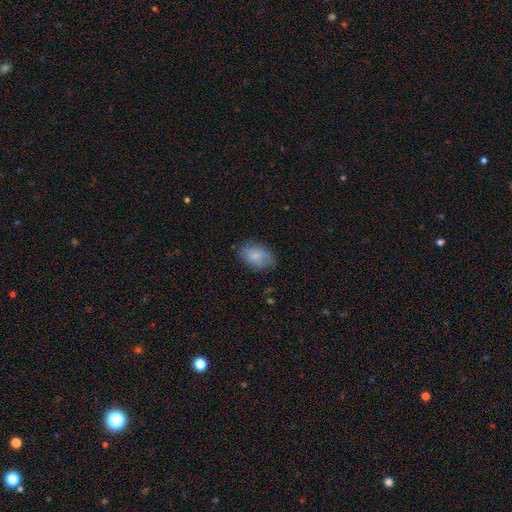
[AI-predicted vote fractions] Q: Smooth or featured?
A: smooth (74%); runner-up: featured or disk (18%)
Q: How rounded?
A: in between (83%); runner-up: round (16%)
Q: Merging?
A: none (74%); runner-up: minor disturbance (19%)